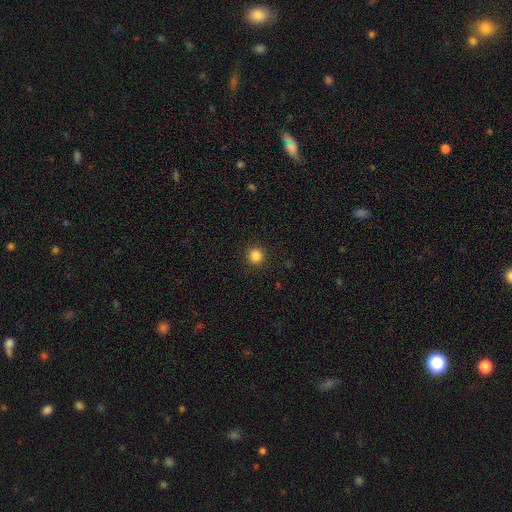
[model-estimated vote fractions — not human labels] Smooth or featured: smooth — 85% (star or artifact — 11%)
How rounded: round — 95% (in between — 4%)
Merging: none — 92% (minor disturbance — 5%)